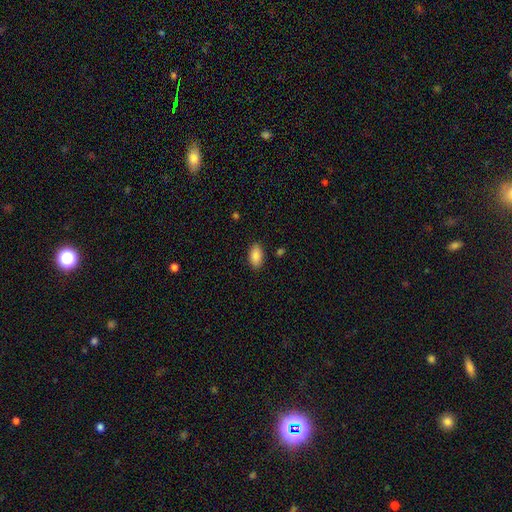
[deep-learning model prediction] Smooth or featured? smooth (88%)
How rounded? in between (94%)
Merging? none (87%)